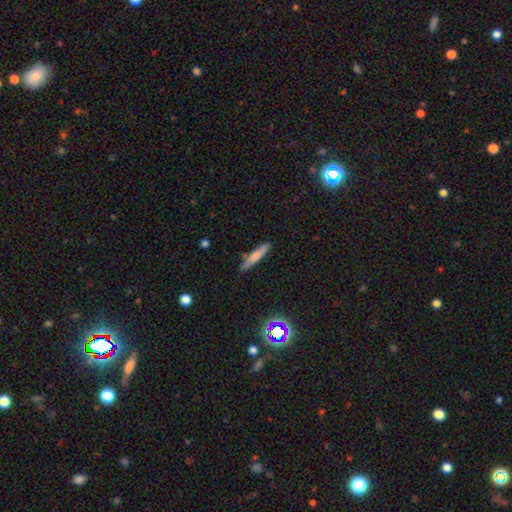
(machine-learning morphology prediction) smooth_or_featured: smooth (p=0.68) [alt: featured or disk p=0.25]
how_rounded: cigar-shaped (p=0.89) [alt: in between p=0.09]
merging: none (p=0.82) [alt: minor disturbance p=0.12]